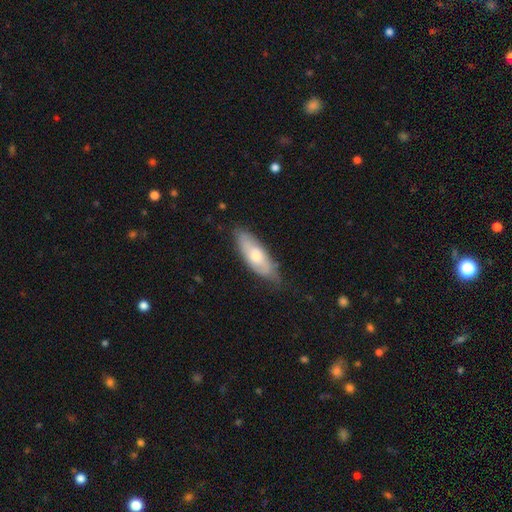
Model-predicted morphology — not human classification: smooth 51%, featured or disk 43%, star or artifact 6%. Down the decision tree: how rounded — in between (68%); merging — none (71%).